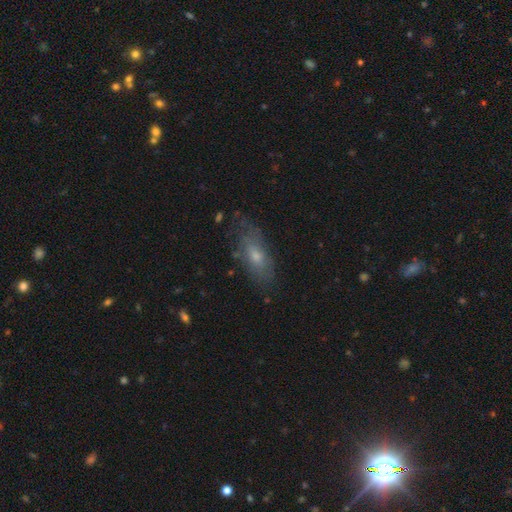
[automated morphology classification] smooth_or_featured: smooth (p=0.45) [alt: featured or disk p=0.44]
merging: none (p=0.69) [alt: minor disturbance p=0.21]